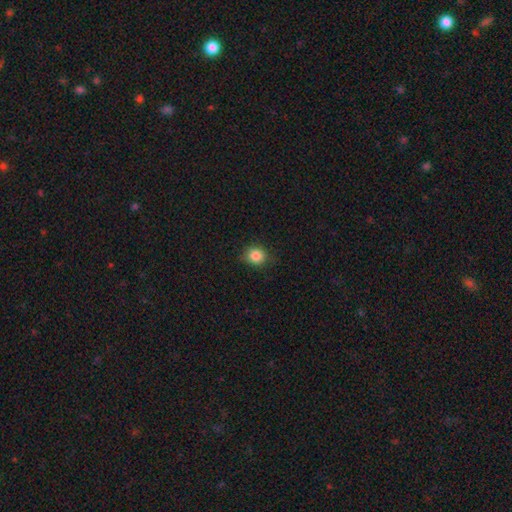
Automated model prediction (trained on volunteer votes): Smooth or featured?
  - smooth: 85% *
  - star or artifact: 11%
  - featured or disk: 5%
How rounded?
  - round: 78% *
  - in between: 21%
  - cigar-shaped: 1%
Merging?
  - none: 84% *
  - minor disturbance: 13%
  - major disturbance: 3%
  - merger: 1%